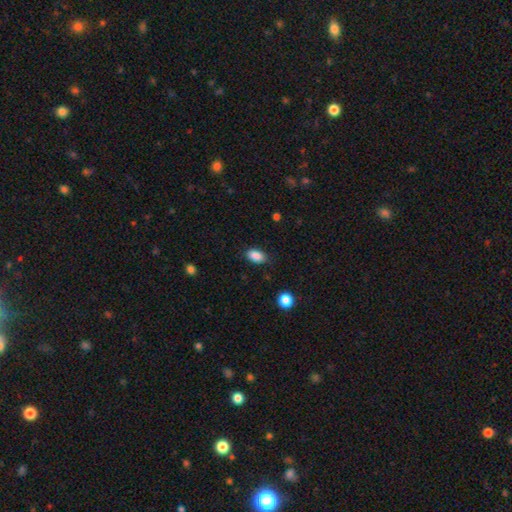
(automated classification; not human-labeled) Q: Smooth or featured?
A: smooth (88%); runner-up: star or artifact (8%)
Q: How rounded?
A: in between (91%); runner-up: round (7%)
Q: Merging?
A: none (83%); runner-up: minor disturbance (13%)